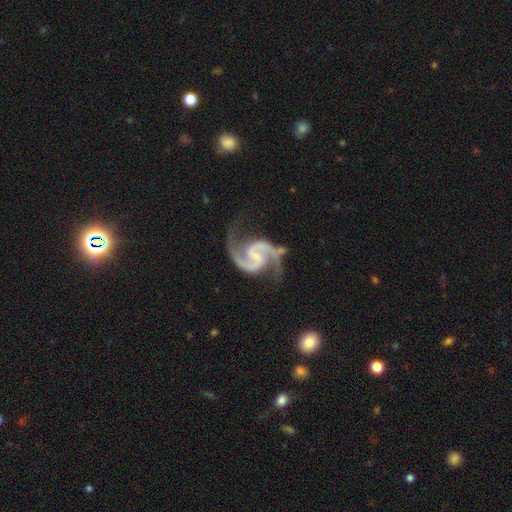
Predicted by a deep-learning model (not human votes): Smooth or featured?
  - featured or disk: 95% *
  - star or artifact: 4%
  - smooth: 2%
Edge-on disk?
  - no: 98% *
  - yes: 2%
Bar?
  - weak: 44% *
  - no: 37%
  - strong: 19%
Spiral arms?
  - yes: 99% *
  - no: 1%
Spiral winding?
  - medium: 65% *
  - loose: 22%
  - tight: 13%
Spiral arm count?
  - 2: 94% *
  - 3: 1%
  - can't tell: 1%
  - 1: 1%
  - 4: 1%
  - more than 4: 1%
Bulge size?
  - small: 64% *
  - none: 17%
  - moderate: 17%
  - large: 1%
  - dominant: 1%
Merging?
  - none: 71% *
  - minor disturbance: 18%
  - major disturbance: 9%
  - merger: 3%